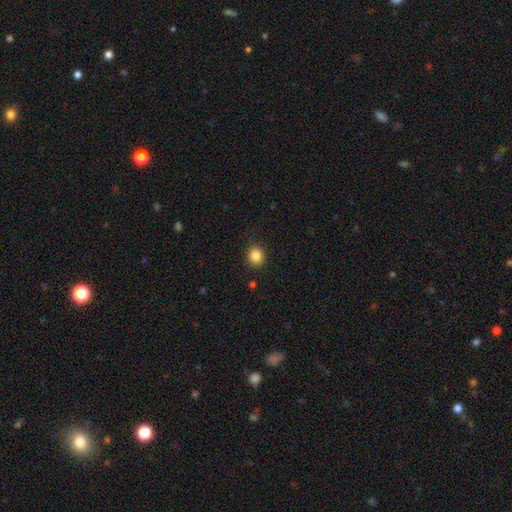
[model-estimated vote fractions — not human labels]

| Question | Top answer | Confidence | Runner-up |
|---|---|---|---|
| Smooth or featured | smooth | 86% | star or artifact (10%) |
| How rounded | round | 79% | in between (20%) |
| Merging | none | 89% | minor disturbance (8%) |